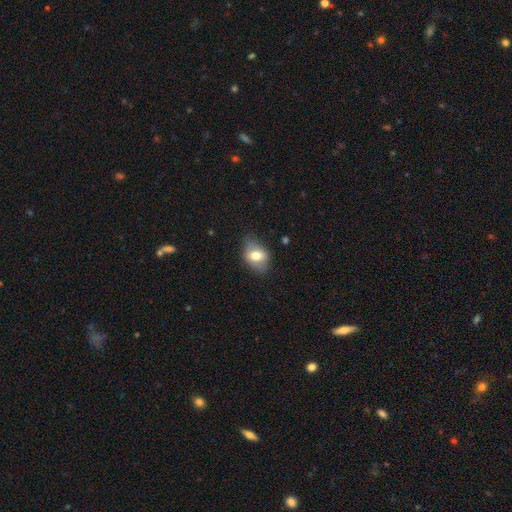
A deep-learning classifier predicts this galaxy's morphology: Smooth or featured: smooth — 65% (featured or disk — 27%)
How rounded: in between — 77% (round — 21%)
Merging: none — 69% (minor disturbance — 23%)